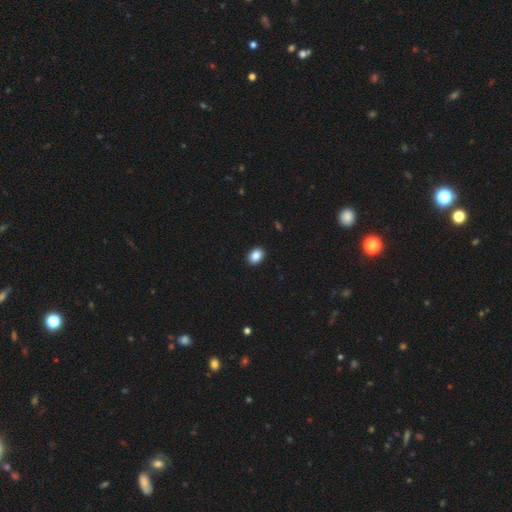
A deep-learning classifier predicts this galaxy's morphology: Q: Smooth or featured?
A: smooth (88%); runner-up: star or artifact (8%)
Q: How rounded?
A: in between (73%); runner-up: round (26%)
Q: Merging?
A: none (92%); runner-up: minor disturbance (6%)